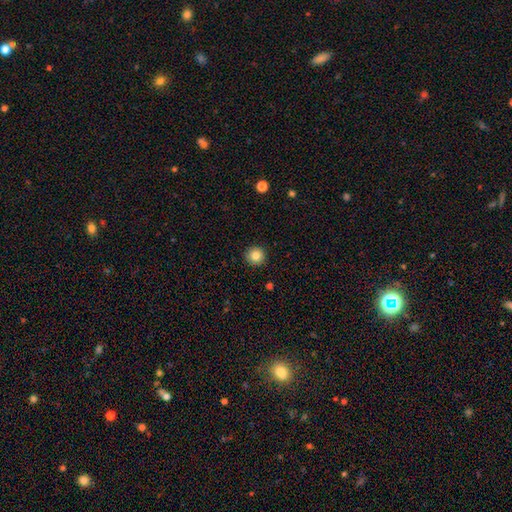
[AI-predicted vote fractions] Overall: smooth (84%). How rounded: round (95%). Merging: none (92%).